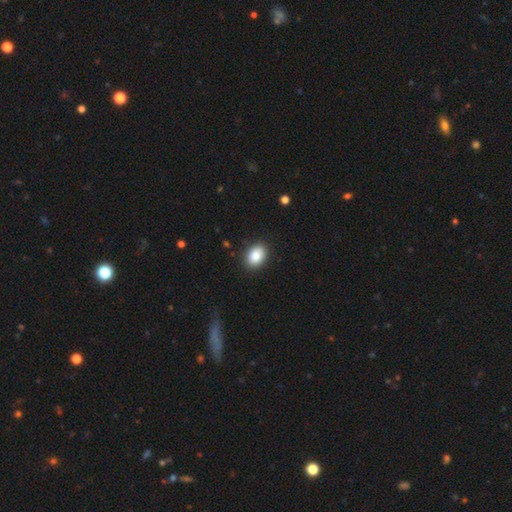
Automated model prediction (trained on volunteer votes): Morphology: type=smooth (86%); roundness=in between (77%); merging=none (89%).